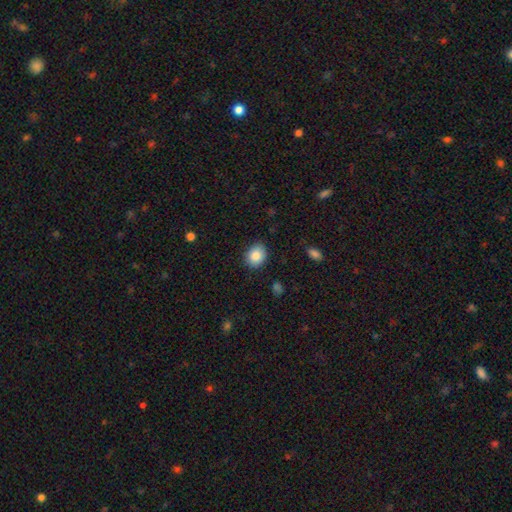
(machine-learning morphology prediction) This appears to be a smooth galaxy with no disk features (85%) that is round (54%). Merging: none (85%).